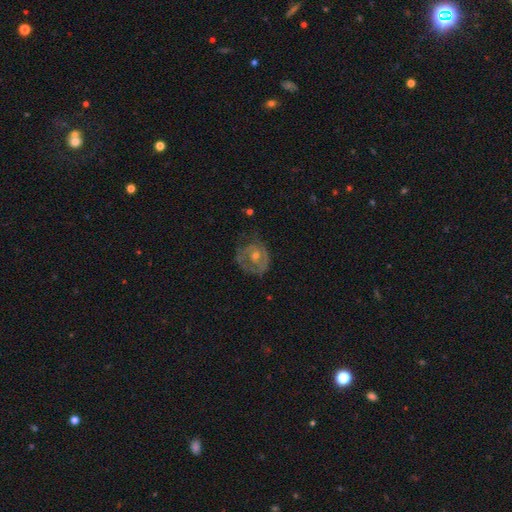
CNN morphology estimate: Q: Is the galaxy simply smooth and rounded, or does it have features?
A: featured or disk — 65%.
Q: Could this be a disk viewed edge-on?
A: no — 97%.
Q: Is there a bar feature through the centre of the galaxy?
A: no — 77%.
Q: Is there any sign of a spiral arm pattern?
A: no — 50%, tied with yes.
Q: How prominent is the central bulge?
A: moderate — 60%.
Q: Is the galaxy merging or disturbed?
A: none — 59%.